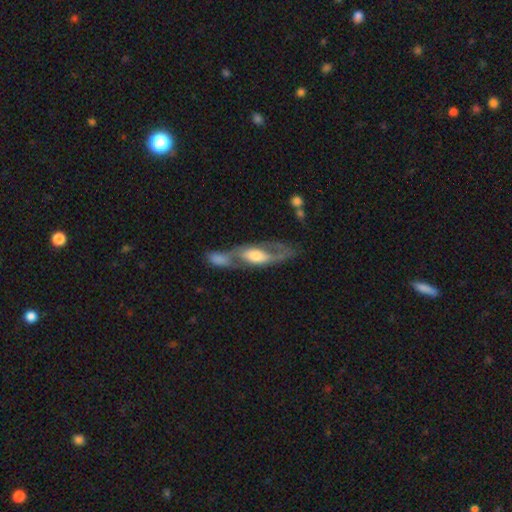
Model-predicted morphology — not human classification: type=featured or disk (70%); edge-on=no (83%); bar=no (52%); spiral arms=yes (76%); bulge=moderate (51%); merging=merger (40%).